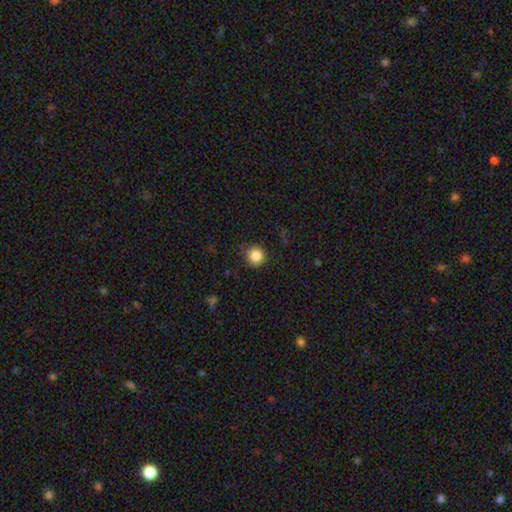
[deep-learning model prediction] Morphology: type=smooth (86%); roundness=round (92%); merging=none (82%).